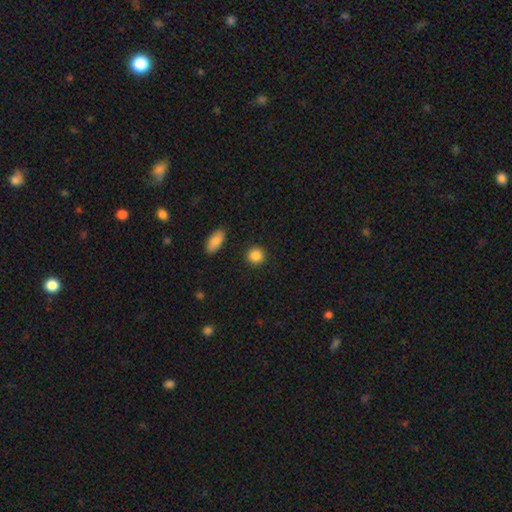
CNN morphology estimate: smooth 88%, star or artifact 9%, featured or disk 4%. Down the decision tree: how rounded — round (89%); merging — none (91%).